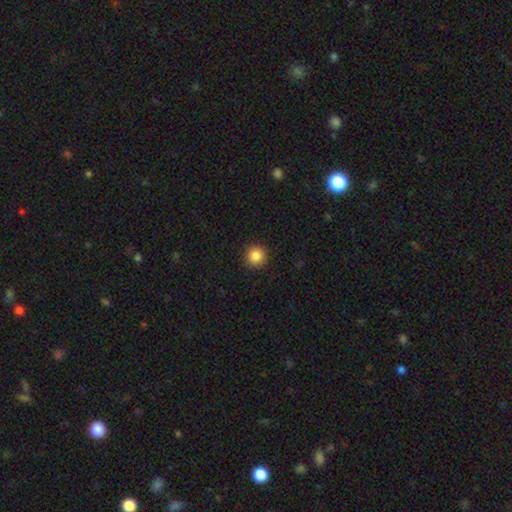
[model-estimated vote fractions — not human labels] A smooth galaxy with no disk features (86%) that is round (95%). Merging: none (93%).